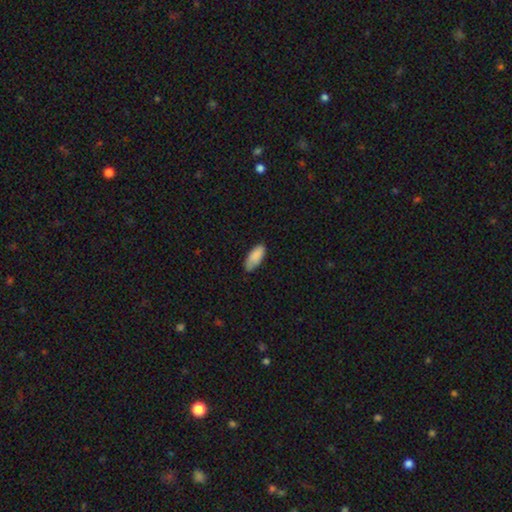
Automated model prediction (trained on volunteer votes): Smooth or featured?
  - smooth: 87% *
  - featured or disk: 7%
  - star or artifact: 6%
How rounded?
  - in between: 84% *
  - cigar-shaped: 14%
  - round: 2%
Merging?
  - none: 75% *
  - minor disturbance: 21%
  - major disturbance: 3%
  - merger: 1%